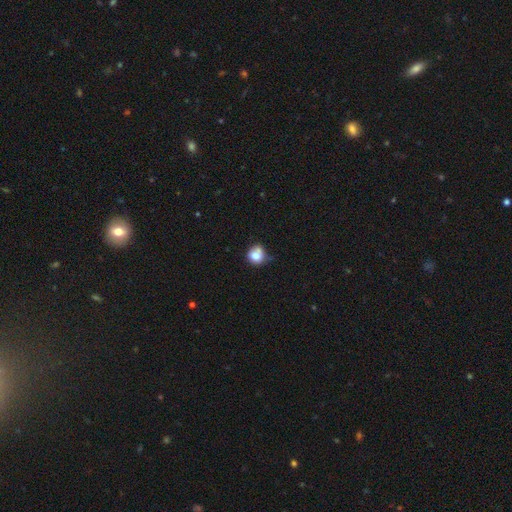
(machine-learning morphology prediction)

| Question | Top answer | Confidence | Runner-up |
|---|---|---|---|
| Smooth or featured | smooth | 76% | featured or disk (13%) |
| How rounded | round | 79% | in between (20%) |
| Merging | none | 45% | minor disturbance (28%) |